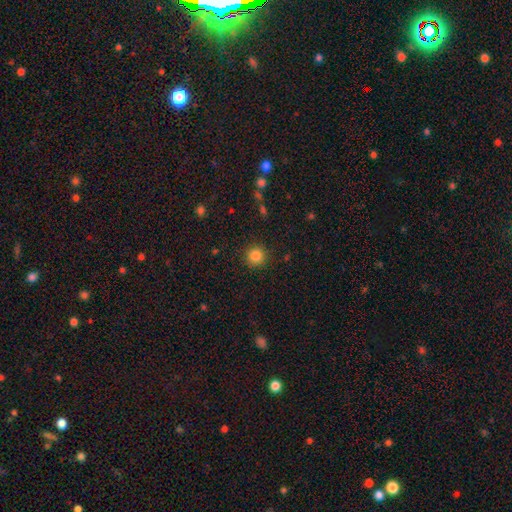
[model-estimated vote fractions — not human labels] Morphology: type=smooth (84%); roundness=round (94%); merging=none (91%).